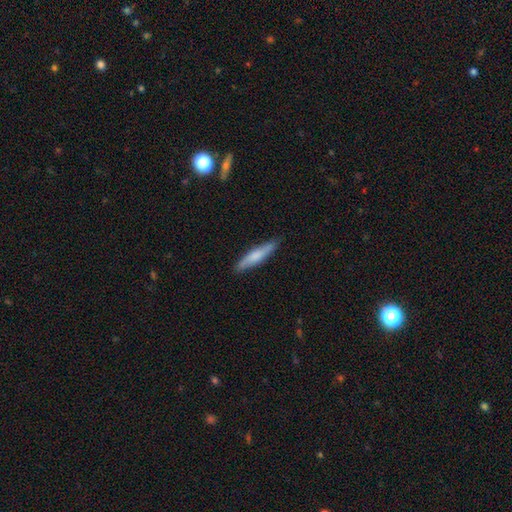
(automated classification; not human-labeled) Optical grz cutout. It shows a smooth galaxy with no disk features (67%) that is cigar-shaped (87%). Merging: none (86%).